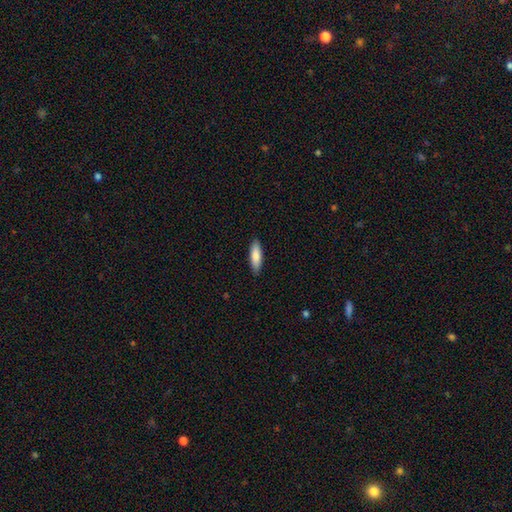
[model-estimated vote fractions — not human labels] A smooth galaxy with no disk features (82%) that is cigar-shaped (55%). Merging: none (89%).